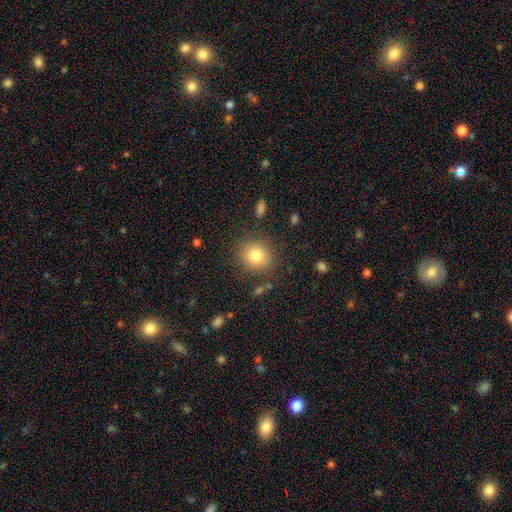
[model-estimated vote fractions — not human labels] Smooth or featured? smooth (80%)
How rounded? round (84%)
Merging? none (84%)